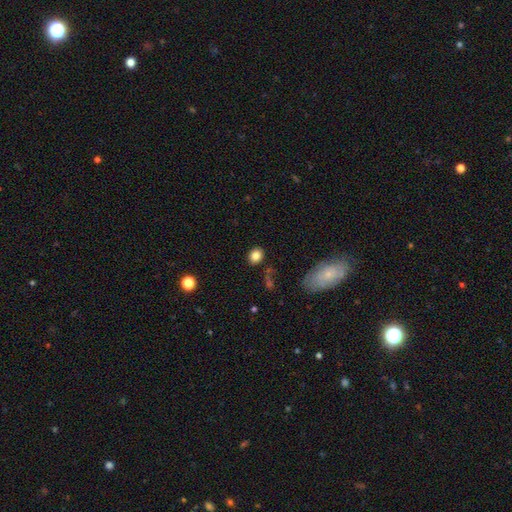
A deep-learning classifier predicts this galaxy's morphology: Smooth or featured? smooth (82%)
How rounded? round (61%)
Merging? none (82%)